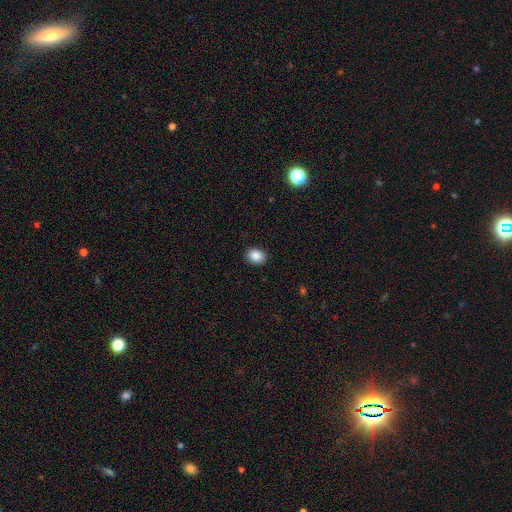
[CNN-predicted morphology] Overall: smooth (89%). How rounded: in between (61%; round 38%). Merging: none (89%).